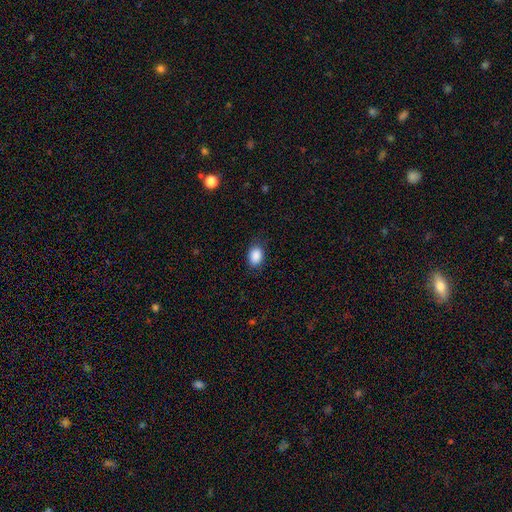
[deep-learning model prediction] Morphology: type=smooth (88%); roundness=in between (73%); merging=none (81%).